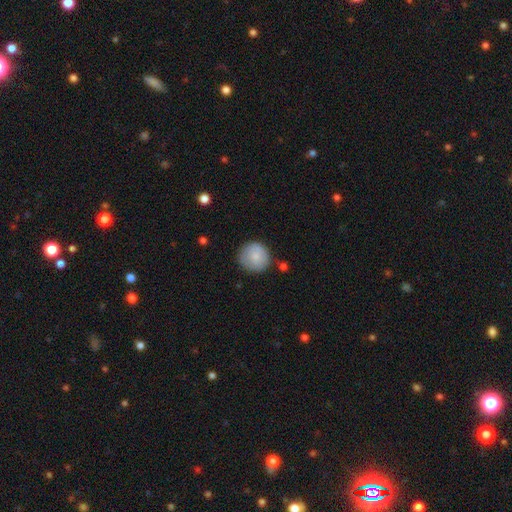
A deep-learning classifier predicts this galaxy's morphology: smooth_or_featured: smooth (p=0.80) [alt: featured or disk p=0.13]
how_rounded: round (p=0.93) [alt: in between p=0.06]
merging: none (p=0.77) [alt: minor disturbance p=0.16]